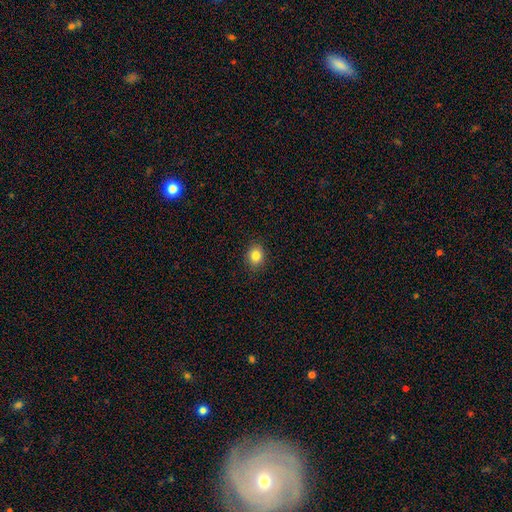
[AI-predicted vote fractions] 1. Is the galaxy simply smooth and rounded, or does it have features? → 84% smooth, 10% star or artifact, 6% featured or disk.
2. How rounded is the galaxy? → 54% round, 45% in between, 1% cigar-shaped.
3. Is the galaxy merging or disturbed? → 89% none, 8% minor disturbance, 2% major disturbance, 1% merger.